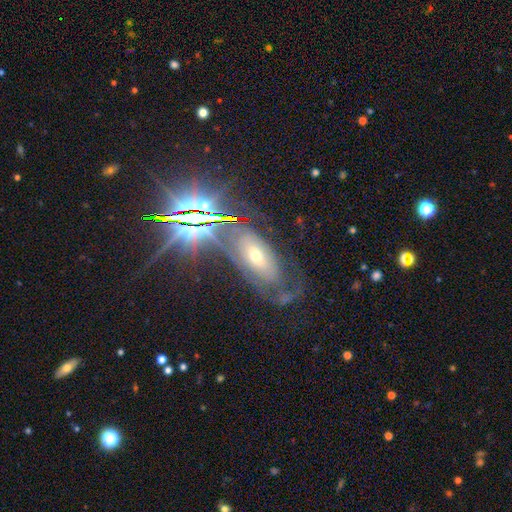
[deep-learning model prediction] smooth-or-featured: featured or disk: 50% | star or artifact: 30% | smooth: 20%
  merging: none: 57% | minor disturbance: 21% | major disturbance: 19% | merger: 3%